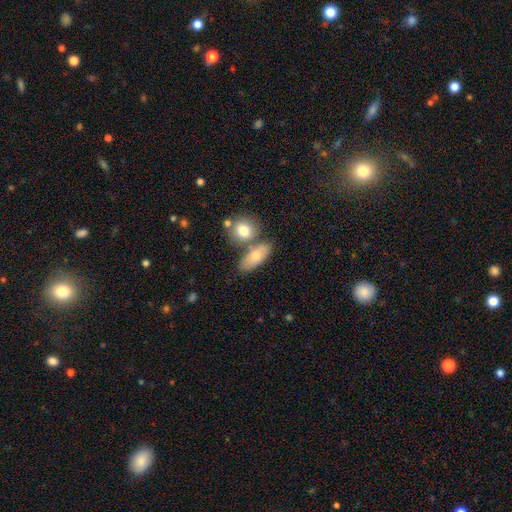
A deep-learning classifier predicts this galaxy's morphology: The model was most divided on "merging": none: 56%, merger: 29%, minor disturbance: 12%, major disturbance: 4%. More confident: how rounded — in between (75%); smooth or featured — smooth (74%).